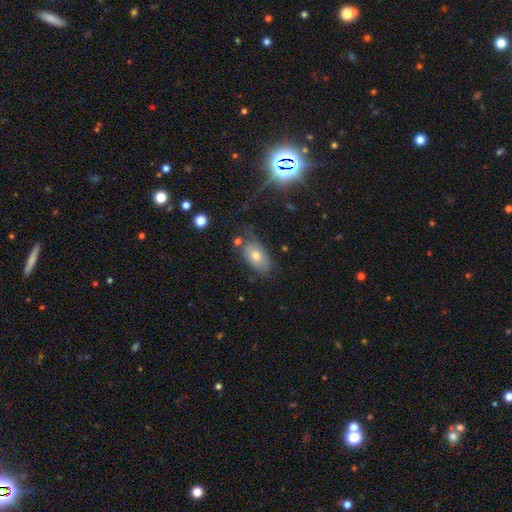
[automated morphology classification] A smooth galaxy with no disk features (67%) that is in between round and cigar-shaped (90%). Merging: none (65%).